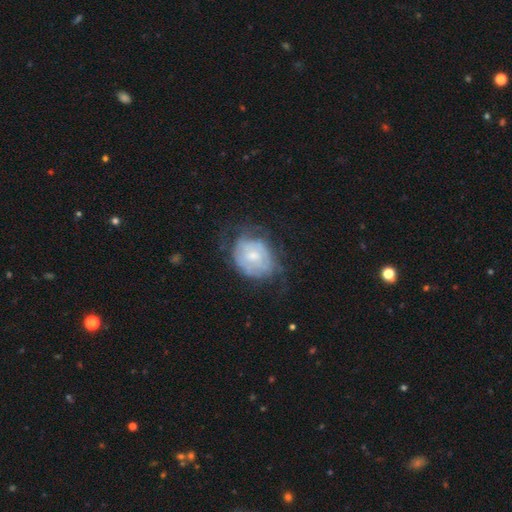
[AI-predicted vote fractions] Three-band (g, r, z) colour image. It shows a featured or disk galaxy (59%) with no bar (71%), spiral arms (57%) and a moderate central bulge (47%). Merging: none (50%).